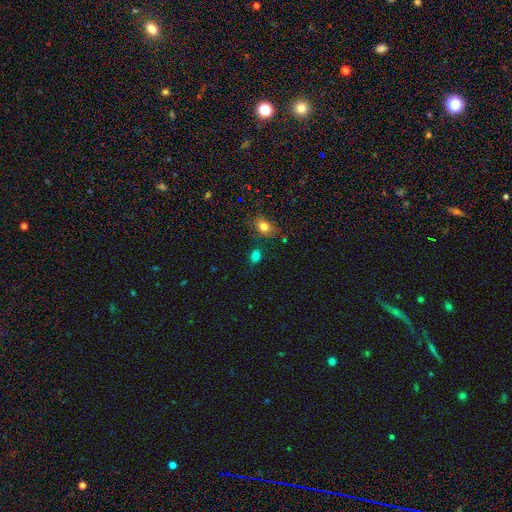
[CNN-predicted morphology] Smooth or featured?
  - smooth: 80% *
  - star or artifact: 15%
  - featured or disk: 5%
How rounded?
  - in between: 69% *
  - round: 30%
  - cigar-shaped: 2%
Merging?
  - none: 76% *
  - minor disturbance: 14%
  - merger: 5%
  - major disturbance: 4%